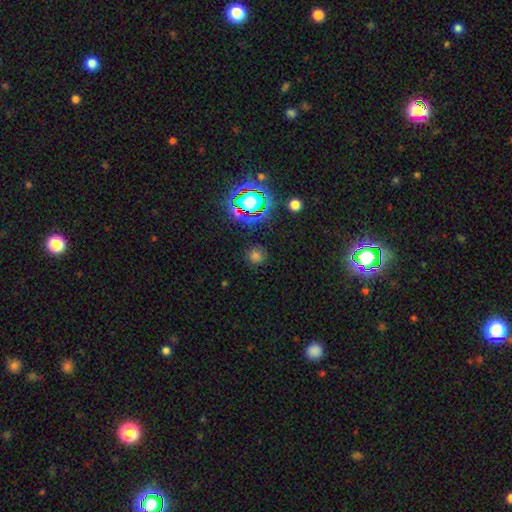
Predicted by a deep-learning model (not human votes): A smooth galaxy with no disk features (67%) that is round (91%).

Vote fractions:
- Smooth or featured? smooth: 67% / star or artifact: 26% / featured or disk: 7%
- How rounded? round: 91% / in between: 8% / cigar-shaped: 1%
- Merging? none: 86% / minor disturbance: 9% / major disturbance: 3% / merger: 2%